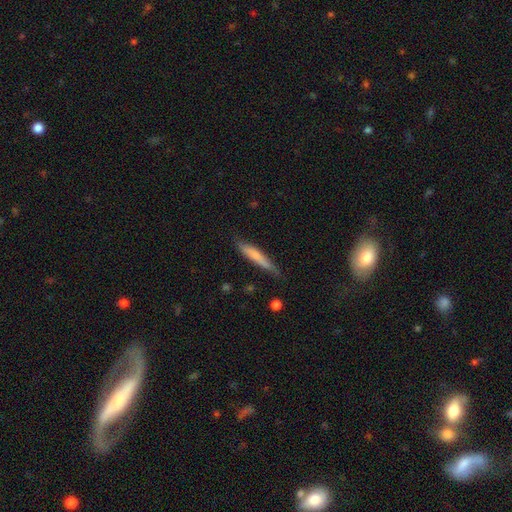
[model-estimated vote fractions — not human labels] Smooth or featured? Predicted: smooth (p=0.67). How rounded? Predicted: cigar-shaped (p=0.92). Merging? Predicted: none (p=0.73).